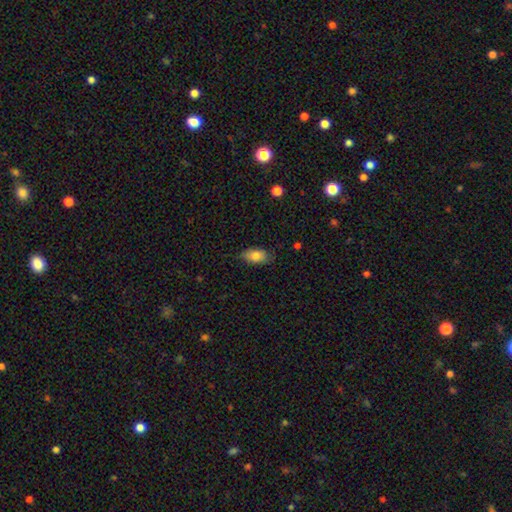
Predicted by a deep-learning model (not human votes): A smooth galaxy with no disk features (81%) that is in between round and cigar-shaped (91%). Merging: none (75%).